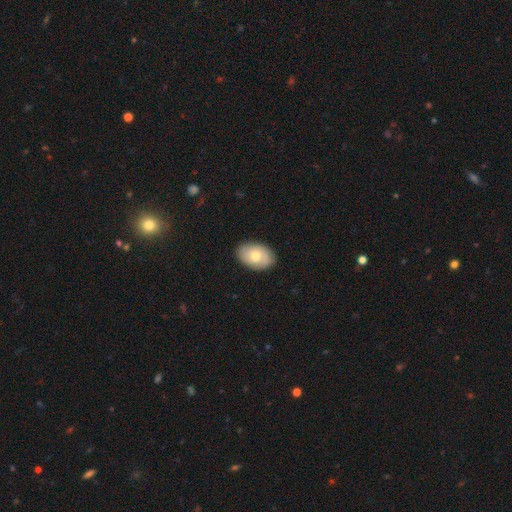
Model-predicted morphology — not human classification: Overall: smooth (64%; featured or disk 30%). How rounded: in between (86%). Merging: none (86%).